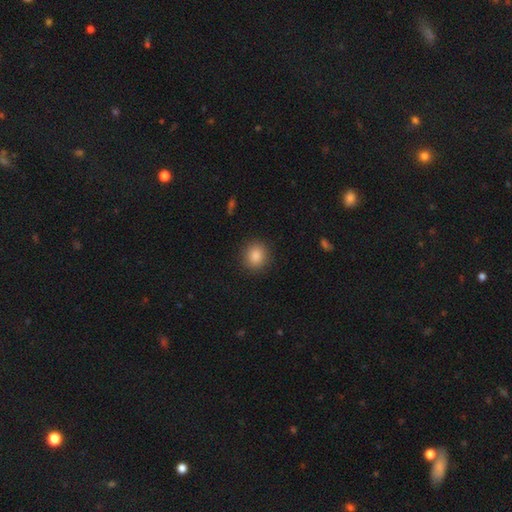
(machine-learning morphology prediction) smooth 87%, star or artifact 9%, featured or disk 4%. Down the decision tree: how rounded — round (84%); merging — none (90%).